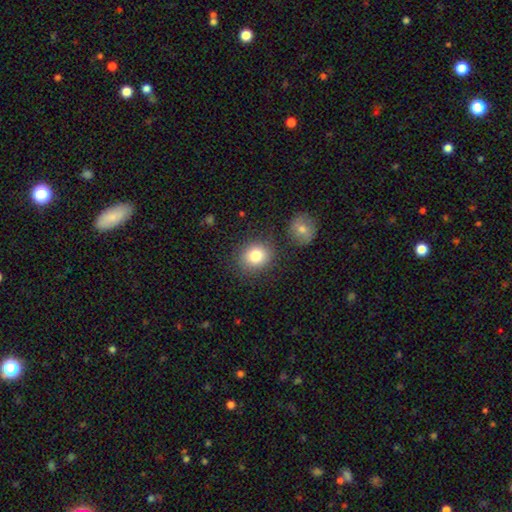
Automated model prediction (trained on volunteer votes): The model was most divided on "how rounded": round: 73%, in between: 26%, cigar-shaped: 1%. More confident: smooth or featured — smooth (83%); merging — none (79%).